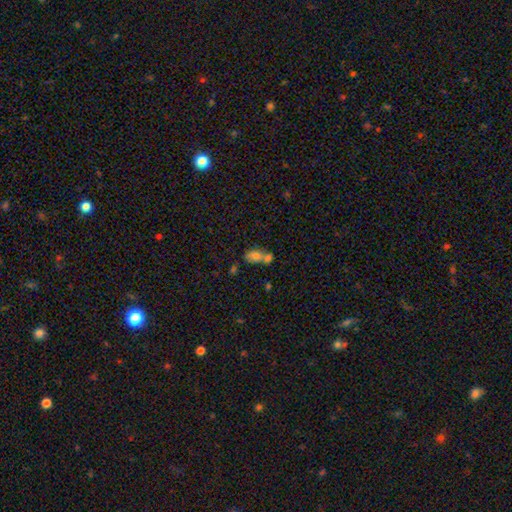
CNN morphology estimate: Q: Smooth or featured?
A: smooth (70%); runner-up: featured or disk (18%)
Q: How rounded?
A: in between (81%); runner-up: round (17%)
Q: Merging?
A: merger (58%); runner-up: none (26%)